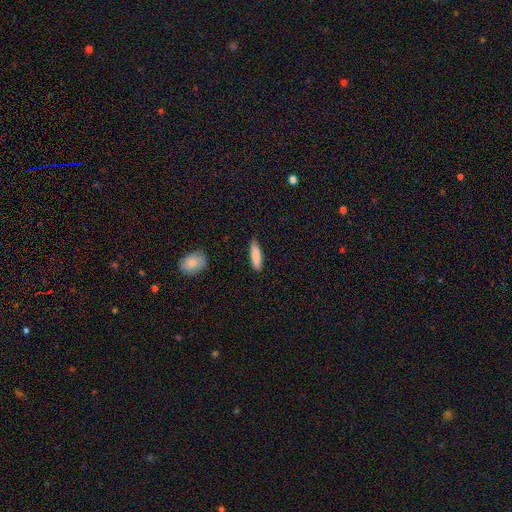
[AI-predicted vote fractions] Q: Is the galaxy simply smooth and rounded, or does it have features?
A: smooth — 85%.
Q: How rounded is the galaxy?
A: cigar-shaped — 67%.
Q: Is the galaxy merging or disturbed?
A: none — 83%.